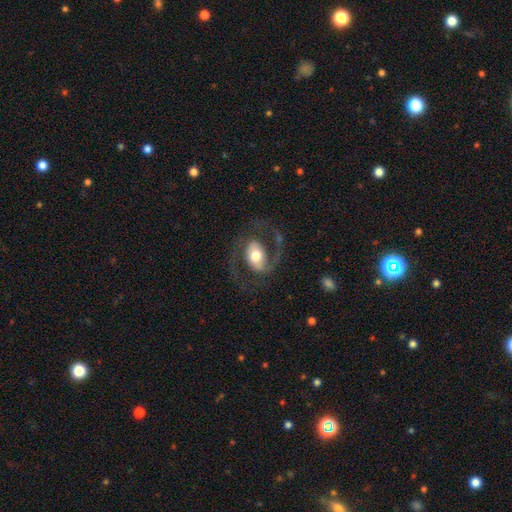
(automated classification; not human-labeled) smooth_or_featured: featured or disk (p=0.81) [alt: smooth p=0.14]
disk_edge_on: no (p=0.97) [alt: yes p=0.03]
bar: weak (p=0.36) [alt: no p=0.34]
has_spiral_arms: yes (p=0.92) [alt: no p=0.08]
spiral_winding: medium (p=0.54) [alt: loose p=0.30]
spiral_arm_count: 2 (p=0.88) [alt: 1 p=0.07]
bulge_size: moderate (p=0.58) [alt: large p=0.28]
merging: none (p=0.70) [alt: major disturbance p=0.16]